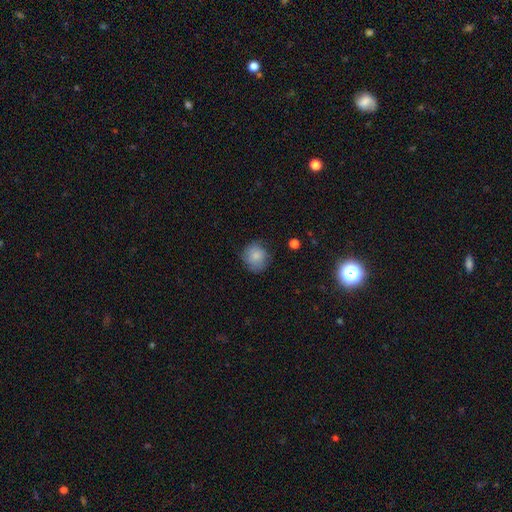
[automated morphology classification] The model was most divided on "merging": none: 74%, minor disturbance: 20%, major disturbance: 5%, merger: 1%. More confident: how rounded — round (87%); smooth or featured — smooth (82%).